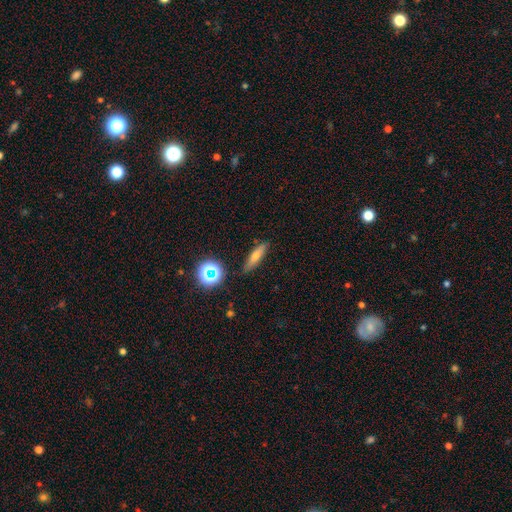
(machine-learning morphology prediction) smooth_or_featured: smooth (p=0.54) [alt: featured or disk p=0.31]
how_rounded: cigar-shaped (p=0.72) [alt: in between p=0.21]
merging: none (p=0.88) [alt: minor disturbance p=0.08]